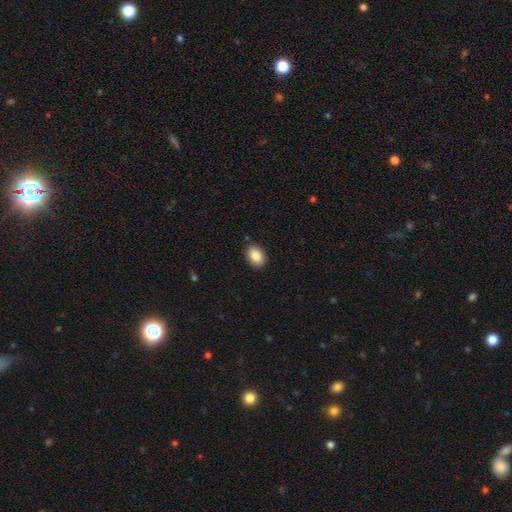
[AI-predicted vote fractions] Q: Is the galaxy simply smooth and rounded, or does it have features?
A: smooth — 87%.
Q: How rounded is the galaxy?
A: in between — 73%.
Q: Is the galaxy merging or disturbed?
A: none — 87%.